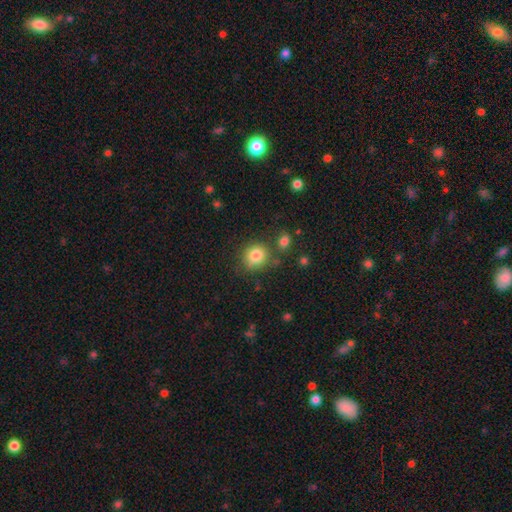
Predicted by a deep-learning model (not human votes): Smooth or featured? smooth (82%)
How rounded? round (79%)
Merging? none (72%)